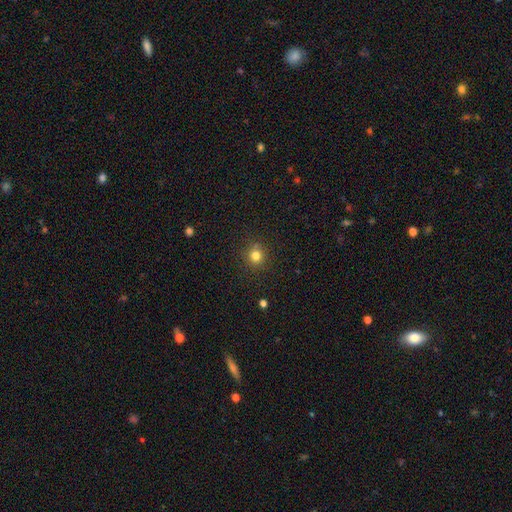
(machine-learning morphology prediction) Smooth or featured?
  - smooth: 80% *
  - star or artifact: 14%
  - featured or disk: 6%
How rounded?
  - round: 89% *
  - in between: 10%
  - cigar-shaped: 1%
Merging?
  - none: 86% *
  - minor disturbance: 9%
  - major disturbance: 3%
  - merger: 3%